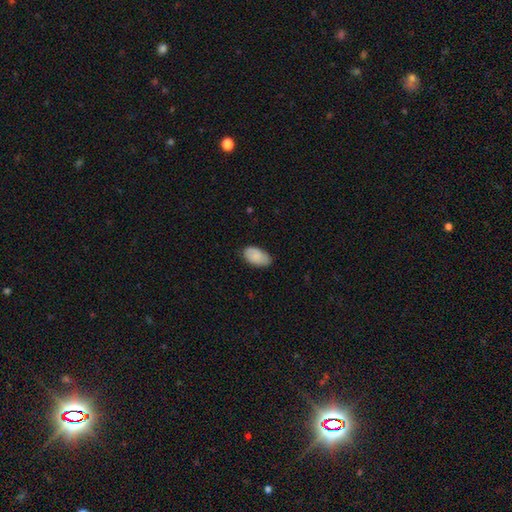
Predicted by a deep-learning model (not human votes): smooth 84%, featured or disk 9%, star or artifact 6%. Down the decision tree: how rounded — in between (94%); merging — none (76%).